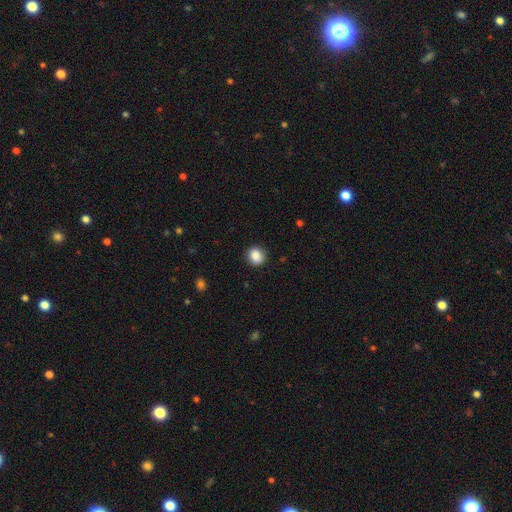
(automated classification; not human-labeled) This is clearly a smooth galaxy (88%). How rounded: likely round (76%). Merging: clearly none (88%).